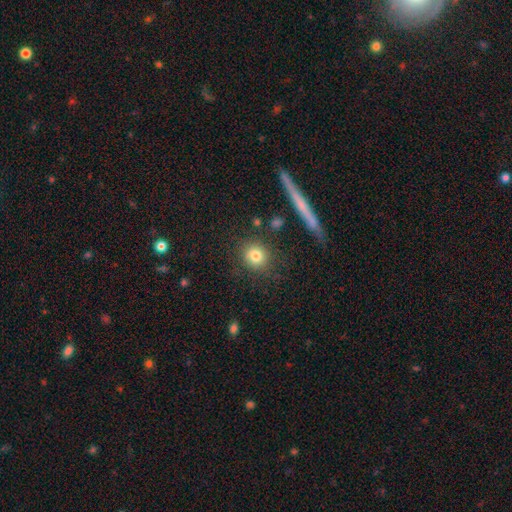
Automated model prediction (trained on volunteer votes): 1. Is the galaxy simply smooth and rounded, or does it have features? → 80% smooth, 11% star or artifact, 9% featured or disk.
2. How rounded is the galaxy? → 86% round, 12% in between, 2% cigar-shaped.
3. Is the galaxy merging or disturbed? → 84% none, 9% minor disturbance, 4% major disturbance, 3% merger.